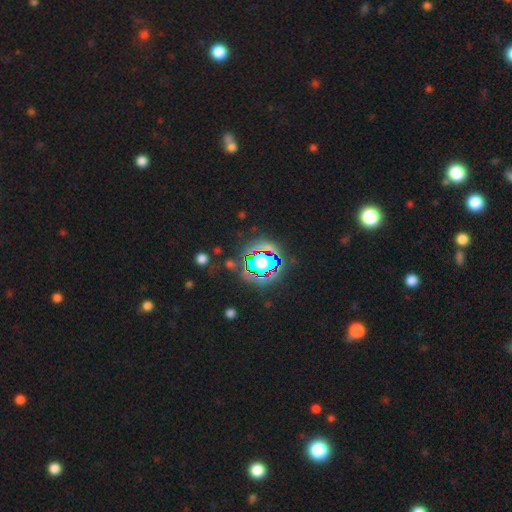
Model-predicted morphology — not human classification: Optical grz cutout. It shows a star or artifact, not a galaxy (77%).